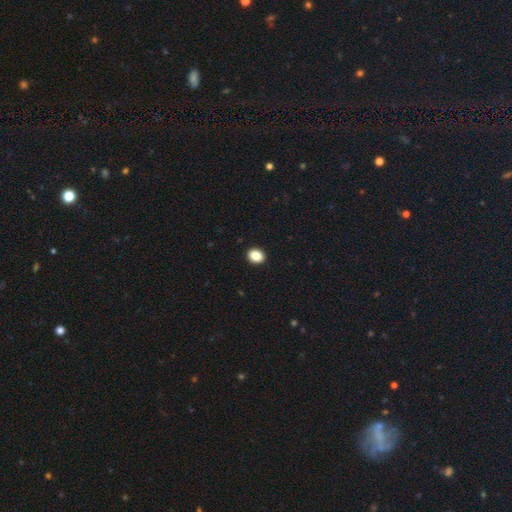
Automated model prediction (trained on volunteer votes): Q: Smooth or featured?
A: smooth (88%); runner-up: star or artifact (9%)
Q: How rounded?
A: round (52%); runner-up: in between (47%)
Q: Merging?
A: none (92%); runner-up: minor disturbance (5%)